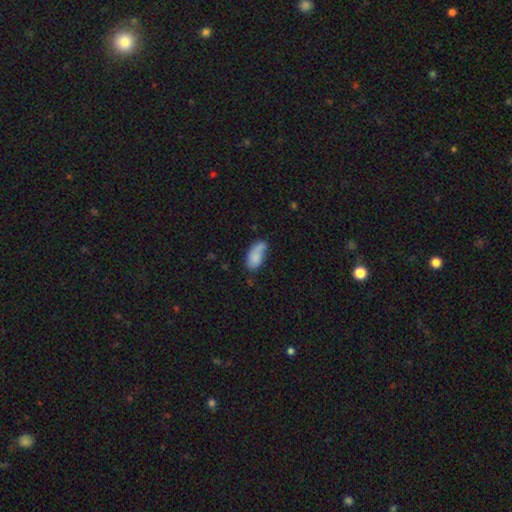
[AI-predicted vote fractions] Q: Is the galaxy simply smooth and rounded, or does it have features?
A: smooth — 79%.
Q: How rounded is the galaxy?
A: in between — 91%.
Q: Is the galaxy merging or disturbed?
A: none — 45%.